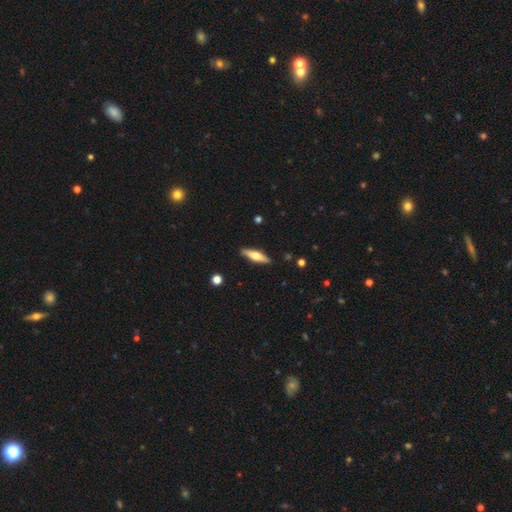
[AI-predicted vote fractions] This is possibly a featured or disk galaxy (48%). Merging: clearly none (89%).